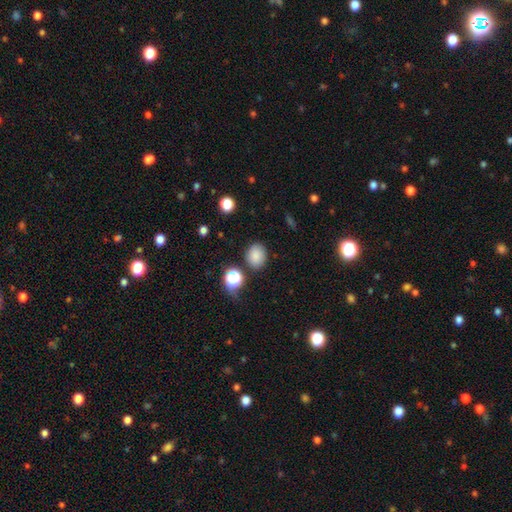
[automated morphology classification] smooth 82%, star or artifact 13%, featured or disk 6%. Down the decision tree: how rounded — round (58%); merging — none (81%).